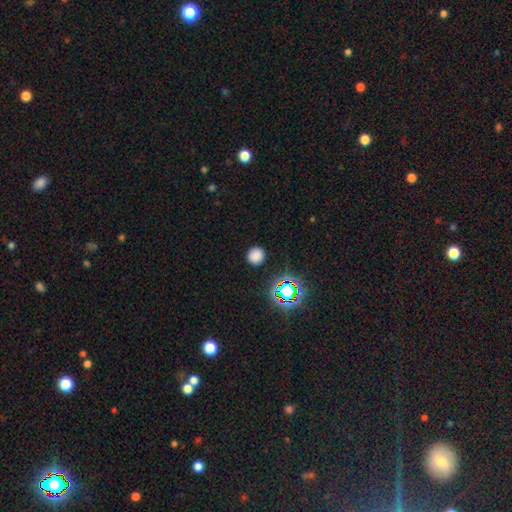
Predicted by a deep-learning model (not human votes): Smooth or featured?
  - smooth: 76% *
  - star or artifact: 19%
  - featured or disk: 5%
How rounded?
  - round: 90% *
  - in between: 9%
  - cigar-shaped: 1%
Merging?
  - none: 89% *
  - minor disturbance: 7%
  - major disturbance: 3%
  - merger: 1%